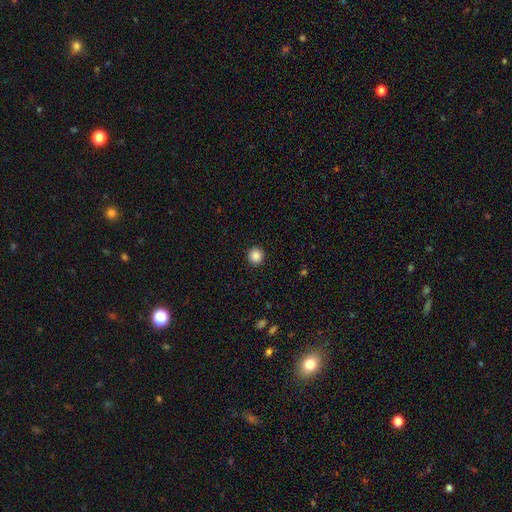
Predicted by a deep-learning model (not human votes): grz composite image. It shows a smooth galaxy with no disk features (87%) that is round (94%). Merging: none (93%).